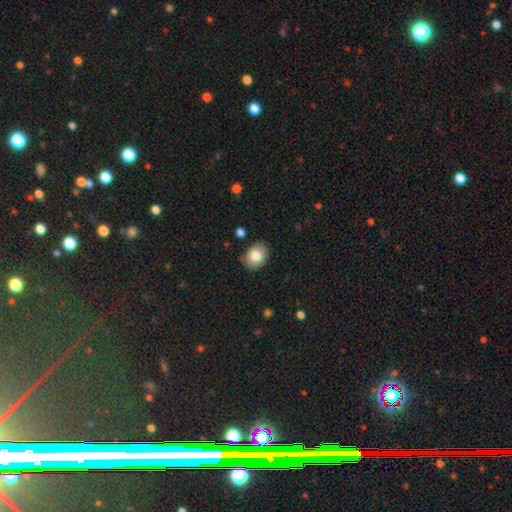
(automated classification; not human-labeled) Smooth or featured?
  - smooth: 82% *
  - featured or disk: 11%
  - star or artifact: 8%
How rounded?
  - in between: 60% *
  - round: 40%
  - cigar-shaped: 1%
Merging?
  - none: 85% *
  - minor disturbance: 11%
  - major disturbance: 2%
  - merger: 1%